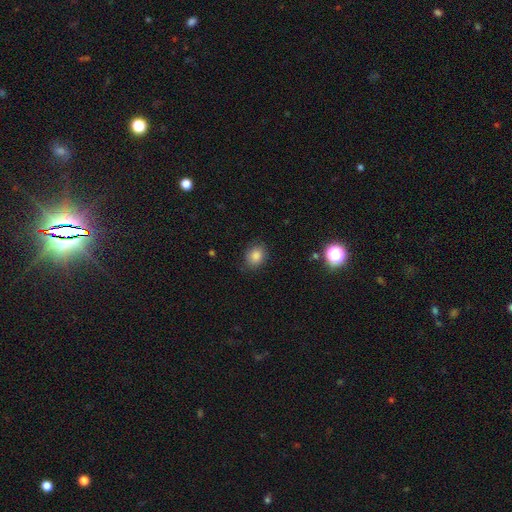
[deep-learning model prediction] Smooth or featured? smooth (83%)
How rounded? round (51%)
Merging? none (81%)